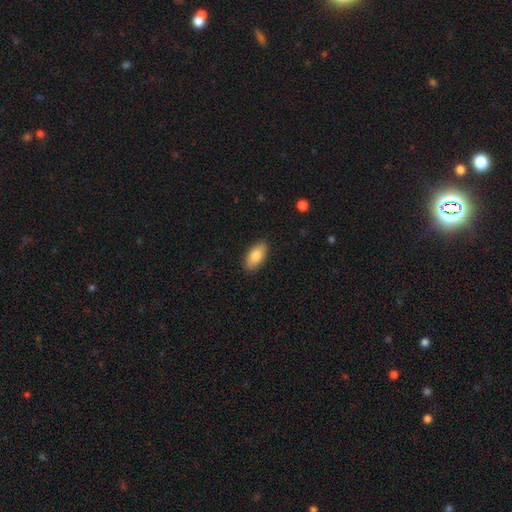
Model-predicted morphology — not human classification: Smooth or featured: smooth — 82% (featured or disk — 11%)
How rounded: in between — 92% (cigar-shaped — 5%)
Merging: none — 88% (minor disturbance — 9%)